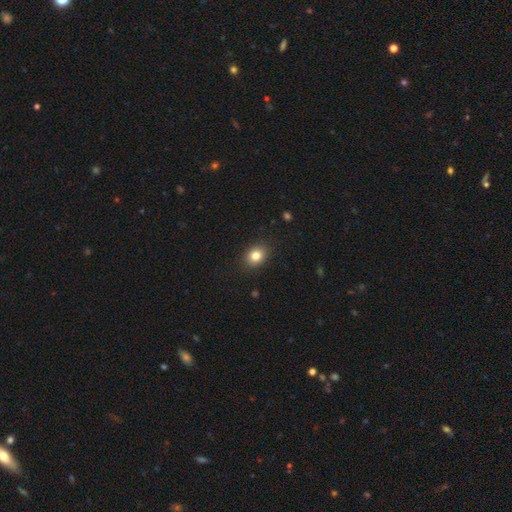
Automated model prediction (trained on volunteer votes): This appears to be a smooth galaxy with no disk features (82%) that is in between round and cigar-shaped (51%). Merging: none (88%).